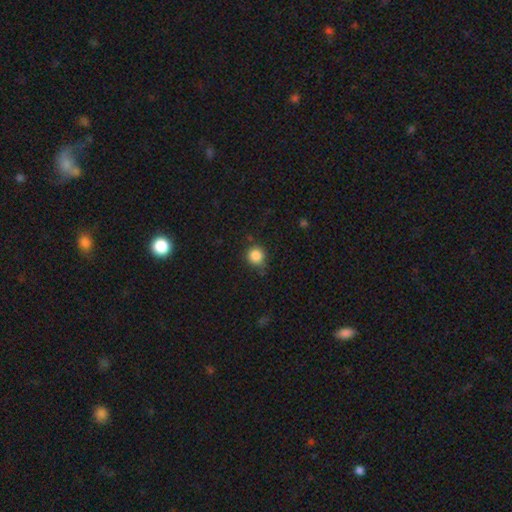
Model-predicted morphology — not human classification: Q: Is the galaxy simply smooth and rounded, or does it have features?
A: smooth — 86%.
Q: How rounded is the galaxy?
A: round — 92%.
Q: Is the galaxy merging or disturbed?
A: none — 80%.